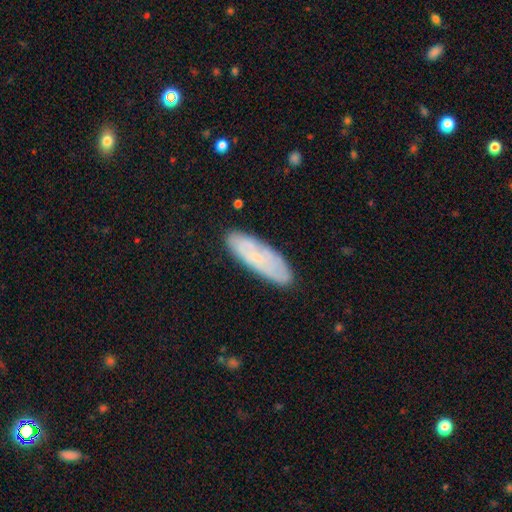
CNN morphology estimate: smooth 56%, featured or disk 36%, star or artifact 8%. Down the decision tree: how rounded — in between (51%); merging — none (82%).